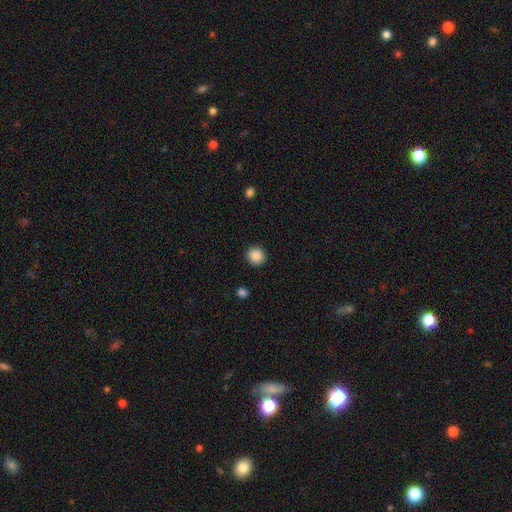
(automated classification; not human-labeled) smooth_or_featured: smooth (p=0.88) [alt: star or artifact p=0.09]
how_rounded: round (p=0.93) [alt: in between p=0.06]
merging: none (p=0.92) [alt: minor disturbance p=0.05]